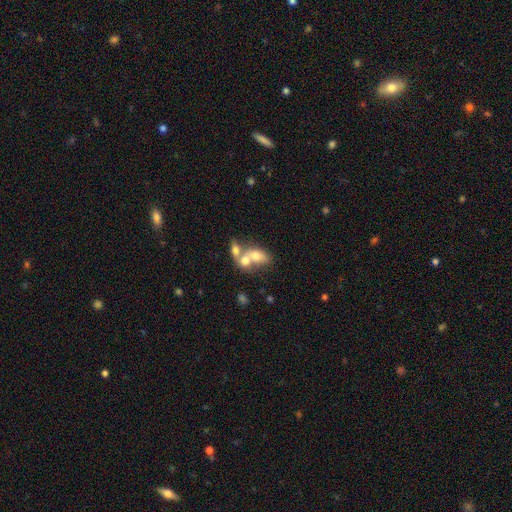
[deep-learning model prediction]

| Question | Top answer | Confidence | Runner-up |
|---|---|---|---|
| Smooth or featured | smooth | 63% | featured or disk (27%) |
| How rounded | in between | 72% | round (25%) |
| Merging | merger | 71% | none (17%) |